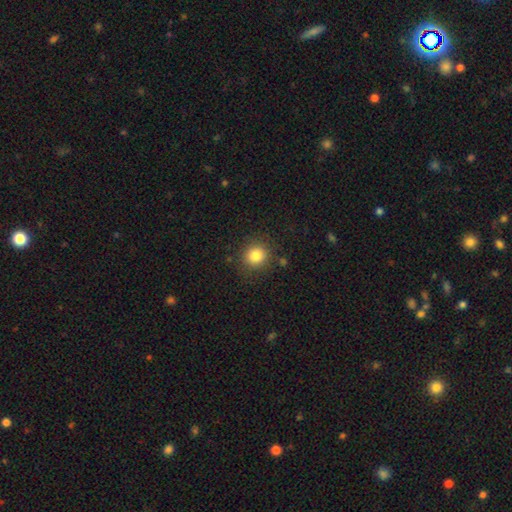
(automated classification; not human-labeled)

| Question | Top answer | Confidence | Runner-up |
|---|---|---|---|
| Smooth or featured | smooth | 83% | star or artifact (11%) |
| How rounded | round | 88% | in between (11%) |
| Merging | none | 87% | minor disturbance (8%) |